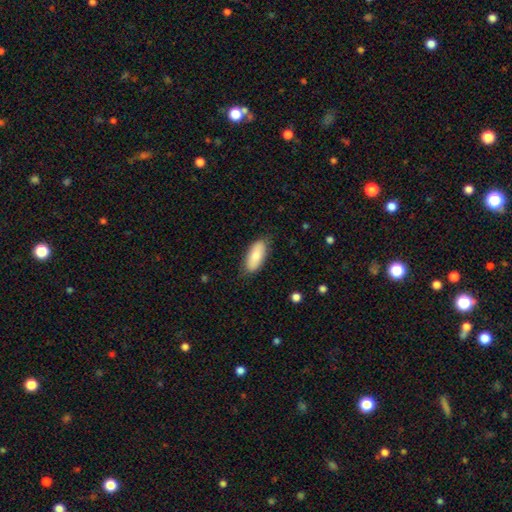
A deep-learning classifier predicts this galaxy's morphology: Smooth or featured: smooth — 80% (featured or disk — 14%)
How rounded: in between — 84% (cigar-shaped — 14%)
Merging: none — 80% (minor disturbance — 16%)